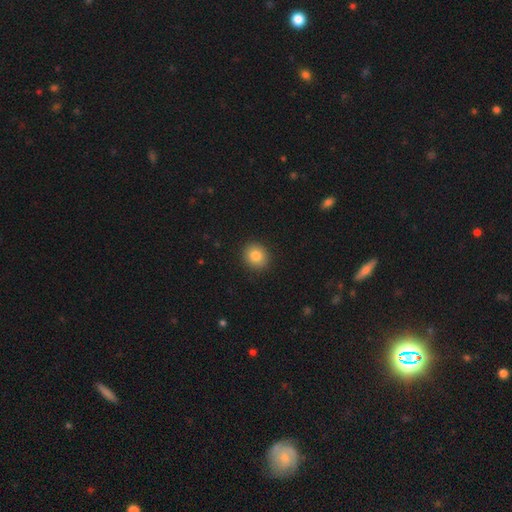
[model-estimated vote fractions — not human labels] The model was most divided on "how rounded": round: 84%, in between: 16%, cigar-shaped: 1%. More confident: merging — none (92%); smooth or featured — smooth (83%).